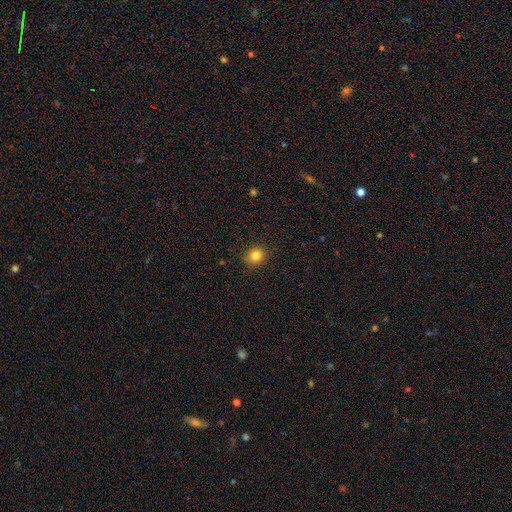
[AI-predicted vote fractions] Smooth or featured?
  - smooth: 83% *
  - star or artifact: 12%
  - featured or disk: 6%
How rounded?
  - round: 86% *
  - in between: 13%
  - cigar-shaped: 1%
Merging?
  - none: 89% *
  - minor disturbance: 8%
  - major disturbance: 2%
  - merger: 1%